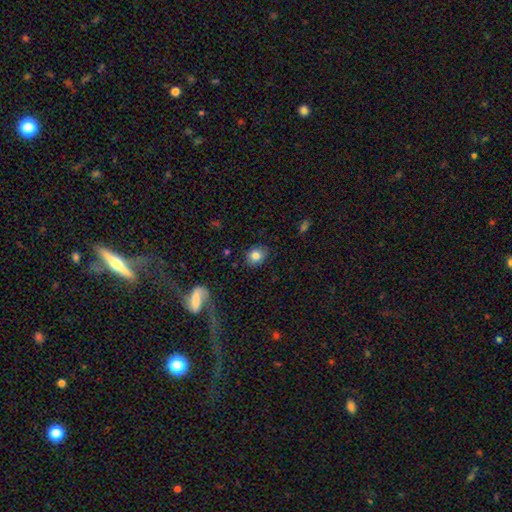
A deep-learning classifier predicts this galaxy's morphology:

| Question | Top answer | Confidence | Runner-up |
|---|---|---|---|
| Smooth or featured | smooth | 80% | featured or disk (11%) |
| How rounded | round | 57% | in between (41%) |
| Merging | none | 84% | minor disturbance (12%) |